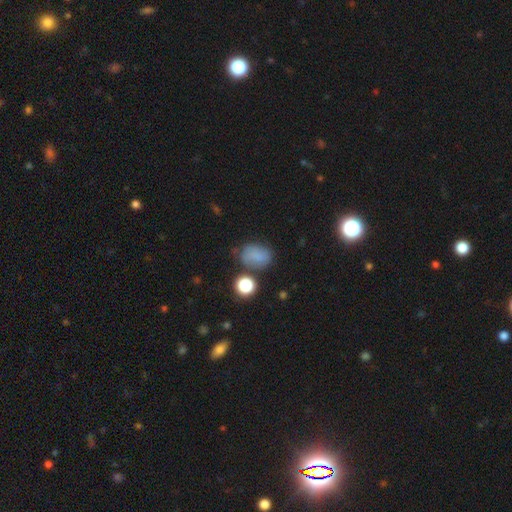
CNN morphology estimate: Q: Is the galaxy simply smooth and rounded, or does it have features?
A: smooth — 74%.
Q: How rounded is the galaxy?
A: in between — 68%.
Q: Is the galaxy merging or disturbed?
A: none — 61%.